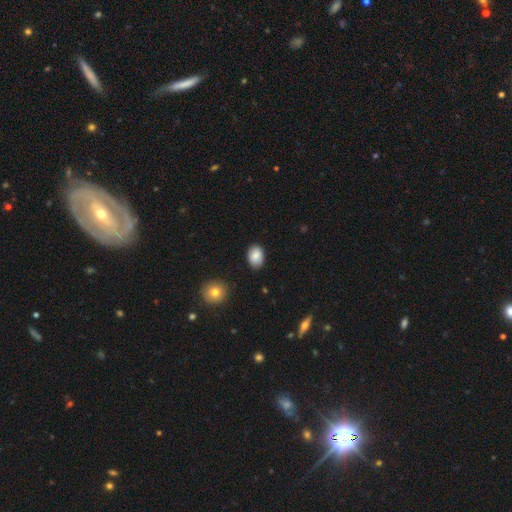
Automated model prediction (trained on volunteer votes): Overall: smooth (87%). How rounded: in between (80%). Merging: none (85%).